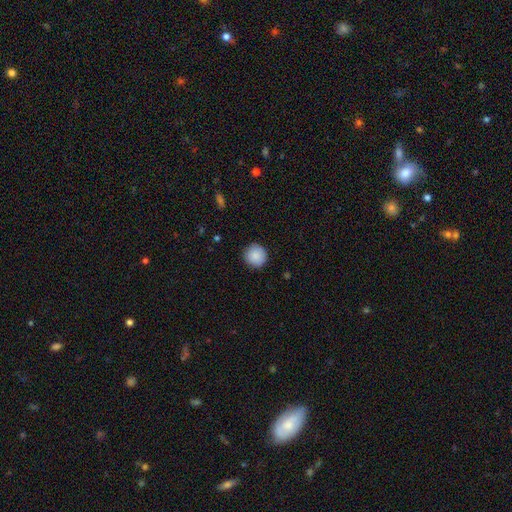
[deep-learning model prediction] Overall: smooth (89%). How rounded: round (94%). Merging: none (90%).